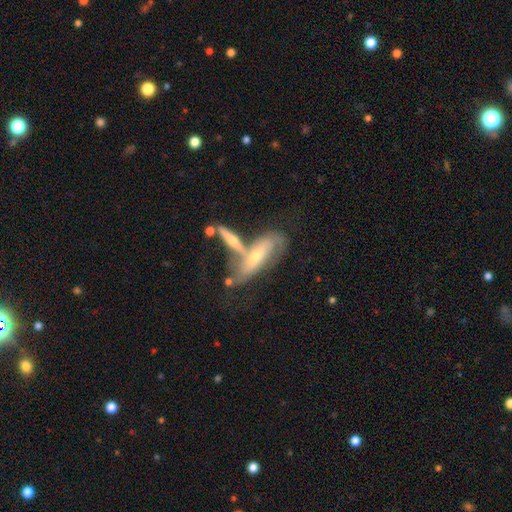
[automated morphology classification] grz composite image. It shows a featured or disk galaxy (65%). Merging: merger (48%).